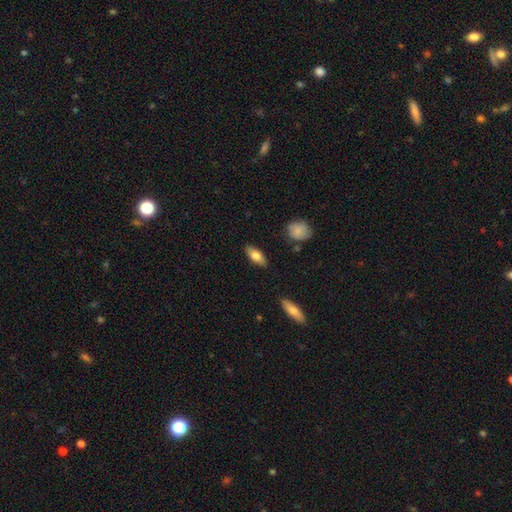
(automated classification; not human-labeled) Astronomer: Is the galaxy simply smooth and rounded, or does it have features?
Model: smooth — 71%.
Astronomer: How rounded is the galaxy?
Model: in between — 79%.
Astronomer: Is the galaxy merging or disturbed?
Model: none — 86%.